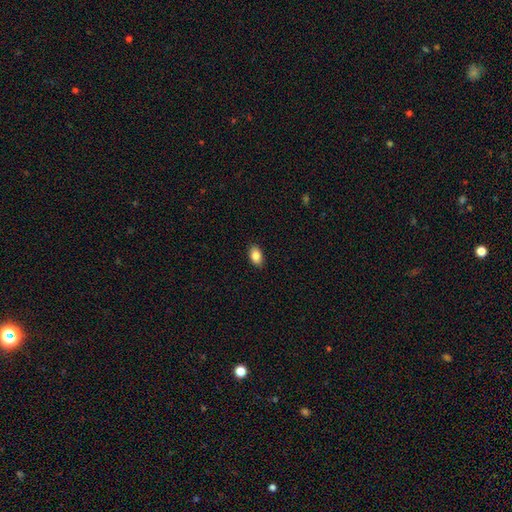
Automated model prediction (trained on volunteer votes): Smooth or featured? smooth (86%)
How rounded? in between (90%)
Merging? none (89%)